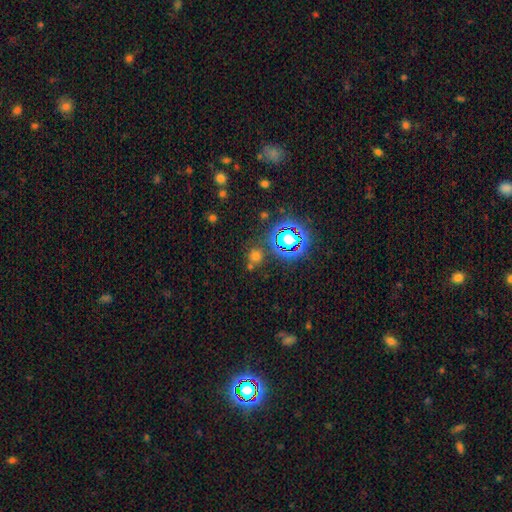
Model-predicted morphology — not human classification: This is possibly a smooth galaxy (55%). How rounded: clearly round (87%). Merging: likely none (71%).